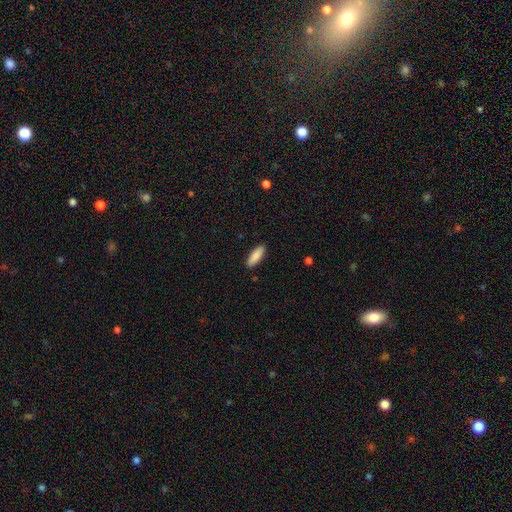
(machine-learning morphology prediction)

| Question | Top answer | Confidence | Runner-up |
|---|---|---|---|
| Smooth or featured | smooth | 88% | featured or disk (6%) |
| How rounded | in between | 54% | cigar-shaped (44%) |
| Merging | none | 90% | minor disturbance (7%) |